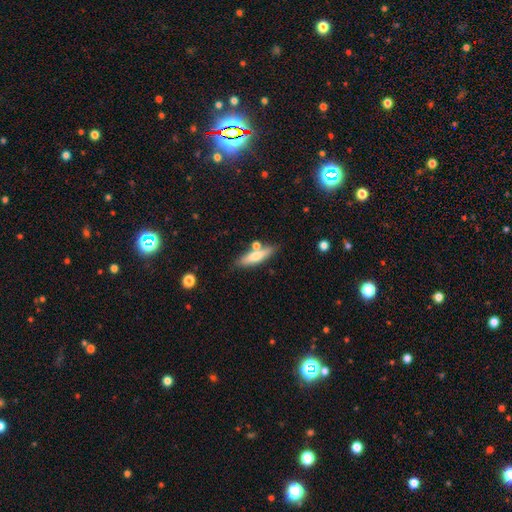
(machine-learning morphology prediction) A smooth galaxy with no disk features (65%) that is cigar-shaped (69%).

Vote fractions:
- Smooth or featured? smooth: 65% / featured or disk: 29% / star or artifact: 6%
- How rounded? cigar-shaped: 69% / in between: 29% / round: 2%
- Merging? none: 70% / minor disturbance: 13% / merger: 13% / major disturbance: 3%